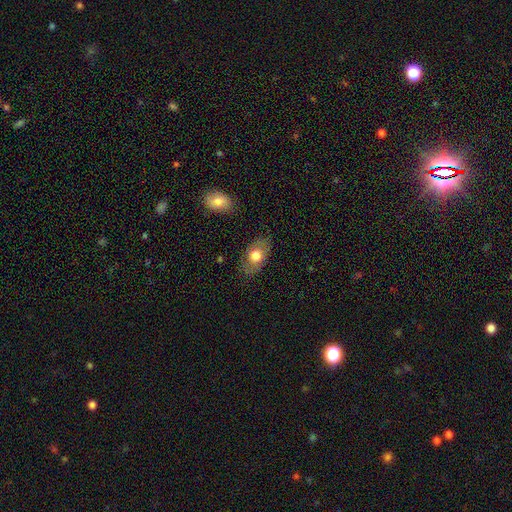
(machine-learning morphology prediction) smooth 67%, featured or disk 26%, star or artifact 7%. Down the decision tree: how rounded — in between (83%); merging — none (78%).